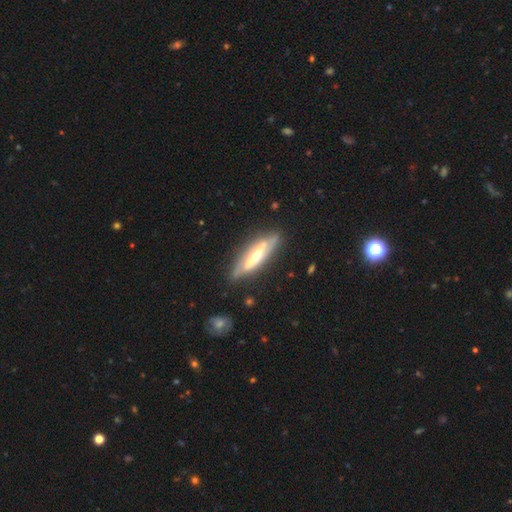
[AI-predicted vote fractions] Smooth or featured? featured or disk (68%)
Edge-on disk? yes (78%)
Edge-on bulge? rounded (53%)
Merging? none (78%)